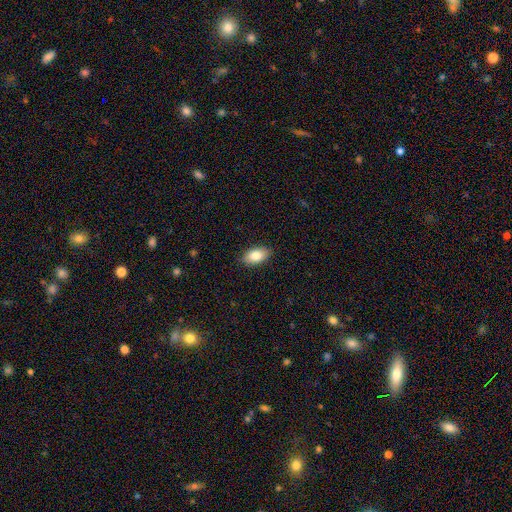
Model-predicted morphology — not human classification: Smooth or featured: smooth — 83% (featured or disk — 10%)
How rounded: in between — 92% (round — 5%)
Merging: none — 87% (minor disturbance — 10%)